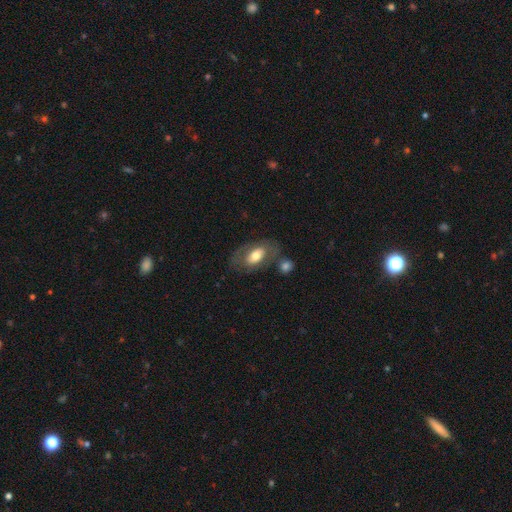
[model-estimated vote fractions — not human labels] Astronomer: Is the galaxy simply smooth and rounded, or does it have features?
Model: smooth — 53% (runner-up: featured or disk, 41%).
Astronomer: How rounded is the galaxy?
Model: in between — 89%.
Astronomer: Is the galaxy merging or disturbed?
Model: none — 55%.